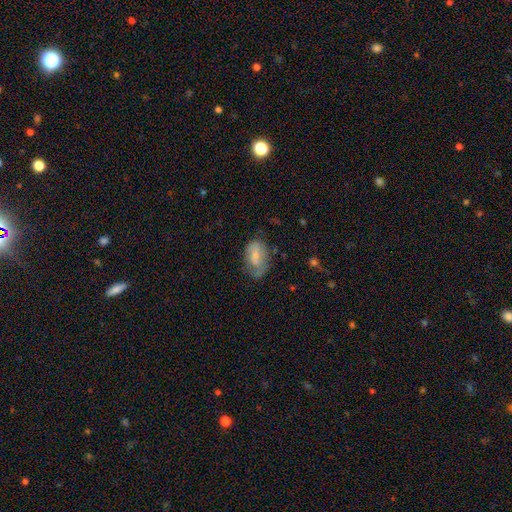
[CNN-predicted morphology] A smooth galaxy with no disk features (64%) that is in between round and cigar-shaped (90%). Merging: none (52%).